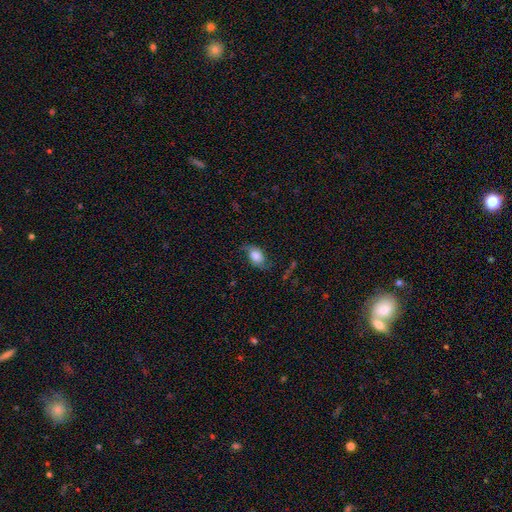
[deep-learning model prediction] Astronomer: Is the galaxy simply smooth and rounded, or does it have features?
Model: featured or disk — 47% (runner-up: smooth, 43%).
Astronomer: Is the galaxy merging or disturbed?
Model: none — 60%.